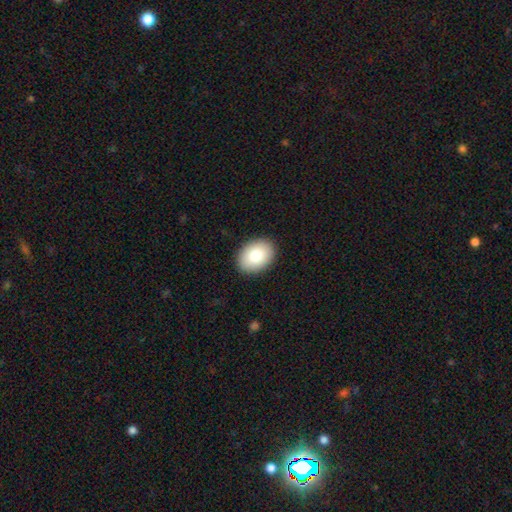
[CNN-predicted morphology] Smooth or featured? Predicted: smooth (p=0.83). How rounded? Predicted: in between (p=0.76). Merging? Predicted: none (p=0.90).